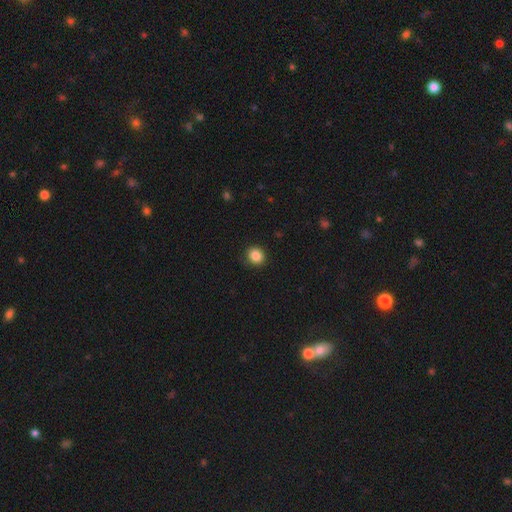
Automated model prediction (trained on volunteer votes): Smooth or featured? Predicted: smooth (p=0.86). How rounded? Predicted: round (p=0.79). Merging? Predicted: none (p=0.90).